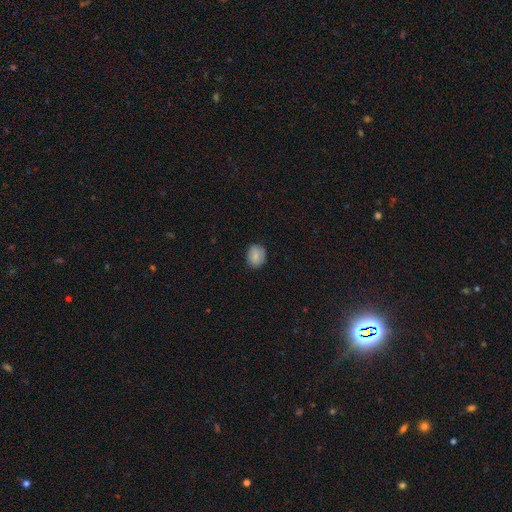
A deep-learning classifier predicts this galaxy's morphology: Smooth or featured? Predicted: smooth (p=0.81). How rounded? Predicted: round (p=0.65). Merging? Predicted: none (p=0.84).